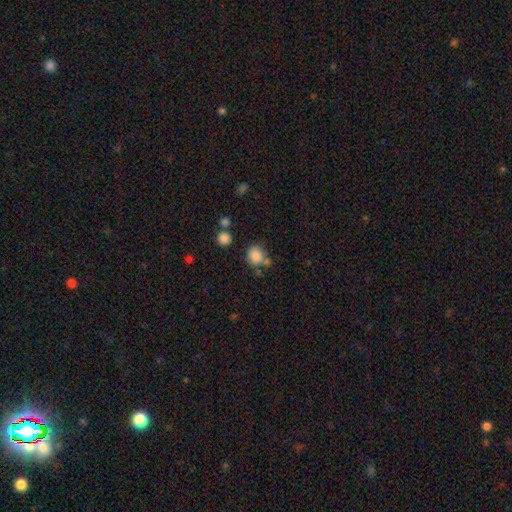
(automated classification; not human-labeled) This appears to be a smooth galaxy with no disk features (83%) that is round (71%). Merging: none (61%).